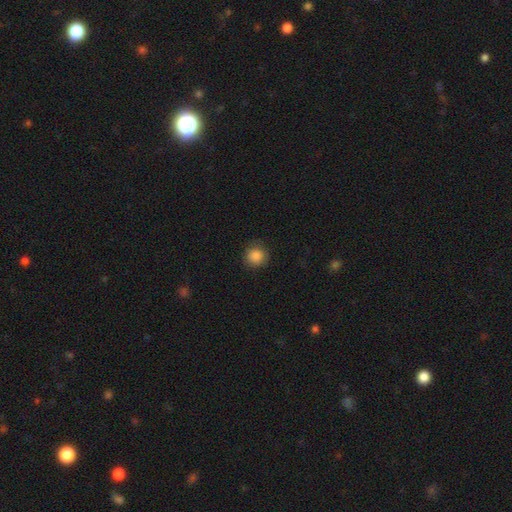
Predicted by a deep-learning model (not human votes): A smooth galaxy with no disk features (87%) that is round (91%). Merging: none (85%).